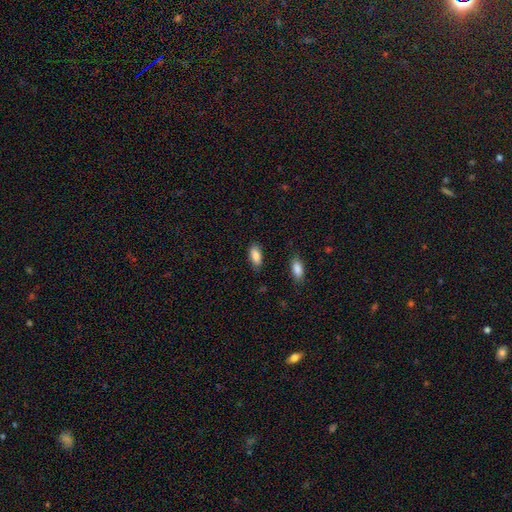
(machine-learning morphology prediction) type=smooth (87%); roundness=in between (90%); merging=none (82%).